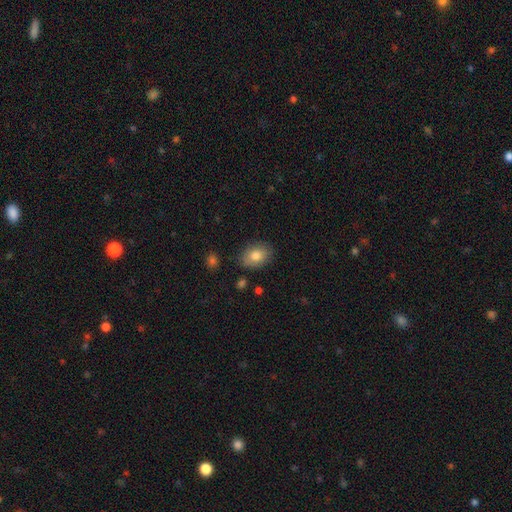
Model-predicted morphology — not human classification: Overall: smooth (81%). How rounded: in between (75%). Merging: none (82%).